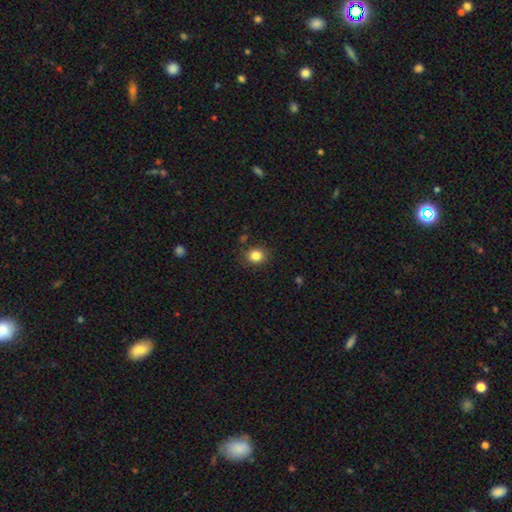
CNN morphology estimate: smooth-or-featured: smooth: 84% | star or artifact: 11% | featured or disk: 5%
  how-rounded: round: 70% | in between: 29% | cigar-shaped: 1%
  merging: none: 86% | minor disturbance: 10% | major disturbance: 3% | merger: 2%